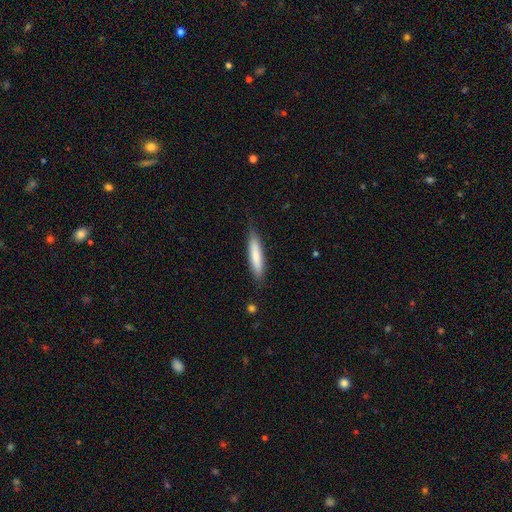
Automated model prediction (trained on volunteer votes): Q: Smooth or featured?
A: smooth (78%); runner-up: featured or disk (17%)
Q: How rounded?
A: cigar-shaped (86%); runner-up: in between (13%)
Q: Merging?
A: none (85%); runner-up: minor disturbance (12%)